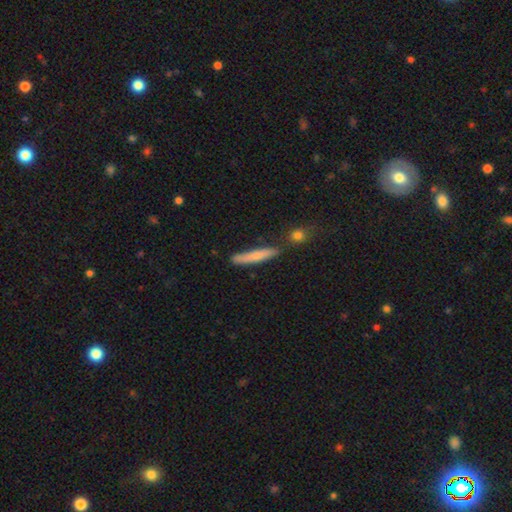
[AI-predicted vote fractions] smooth 73%, featured or disk 21%, star or artifact 6%. Down the decision tree: how rounded — cigar-shaped (92%); merging — none (77%).